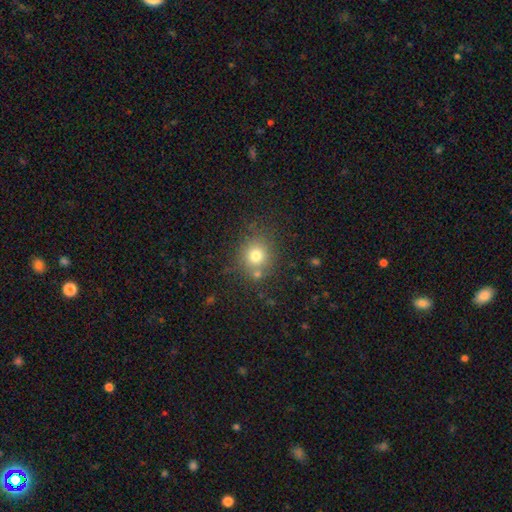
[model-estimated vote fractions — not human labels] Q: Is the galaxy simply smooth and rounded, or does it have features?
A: smooth — 75%.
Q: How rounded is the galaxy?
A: round — 84%.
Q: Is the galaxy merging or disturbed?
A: none — 74%.